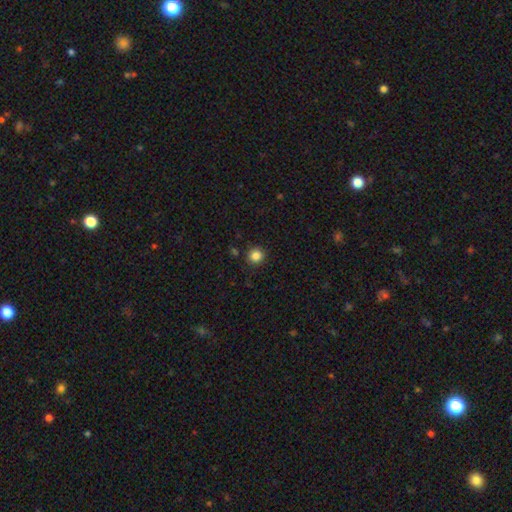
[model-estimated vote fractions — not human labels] Overall: smooth (85%). How rounded: round (93%). Merging: none (90%).